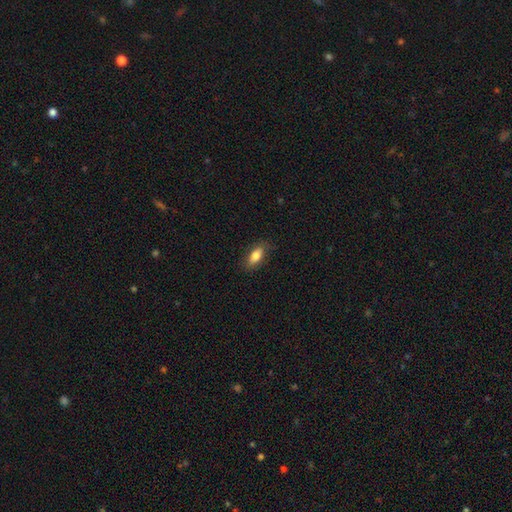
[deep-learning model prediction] smooth 80%, featured or disk 13%, star or artifact 7%. Down the decision tree: how rounded — in between (82%); merging — none (82%).